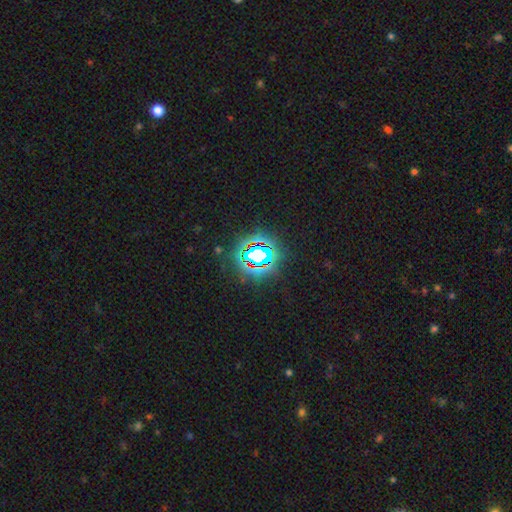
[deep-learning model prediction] A star or artifact, not a galaxy (74%).